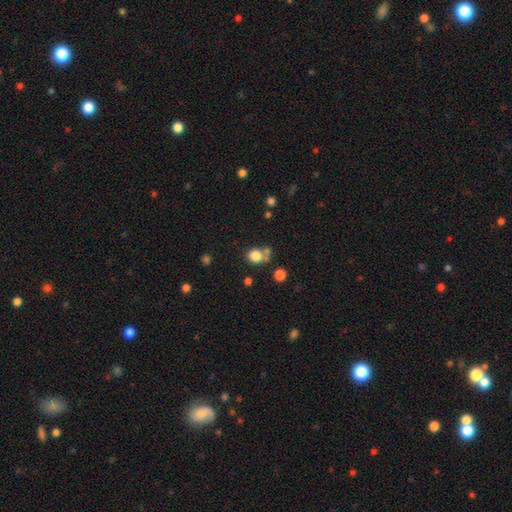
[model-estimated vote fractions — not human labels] This is clearly a smooth galaxy (82%). How rounded: likely round (73%). Merging: possibly none (55%).